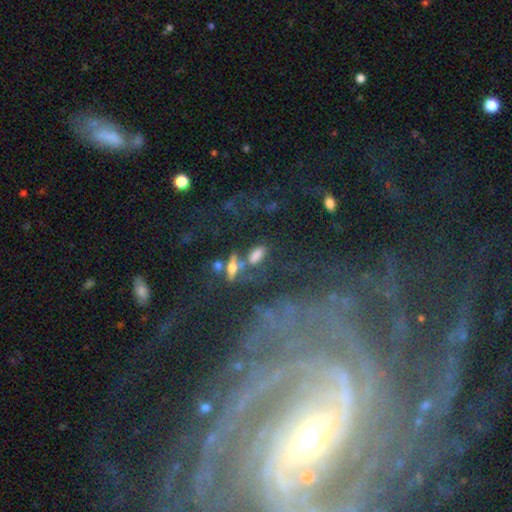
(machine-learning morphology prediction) Smooth or featured: smooth — 44% (featured or disk — 32%)
Merging: none — 56% (merger — 16%)